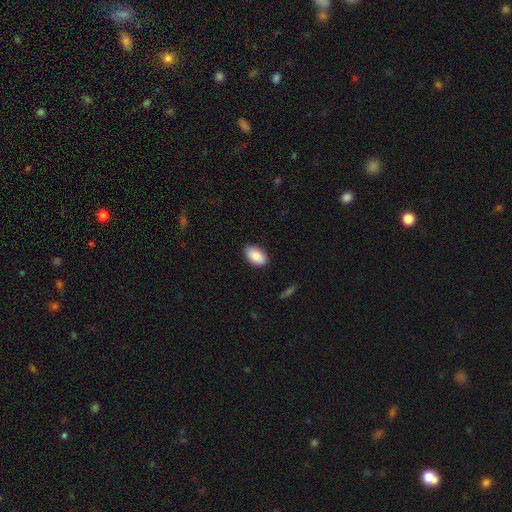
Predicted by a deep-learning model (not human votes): This appears to be a smooth galaxy with no disk features (87%) that is in between round and cigar-shaped (94%). Merging: none (87%).